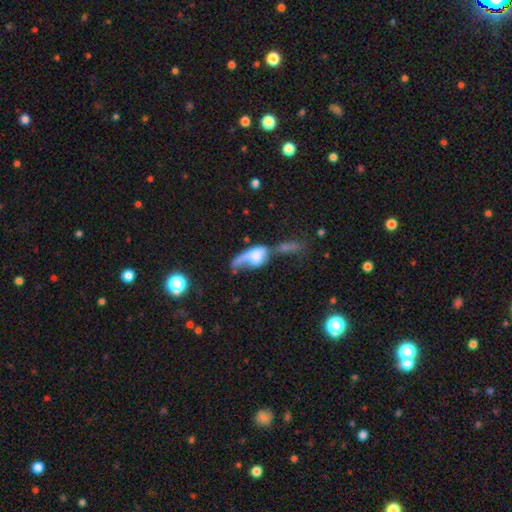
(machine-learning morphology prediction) smooth_or_featured: smooth (p=0.47) [alt: featured or disk p=0.43]
merging: merger (p=0.39) [alt: major disturbance p=0.34]